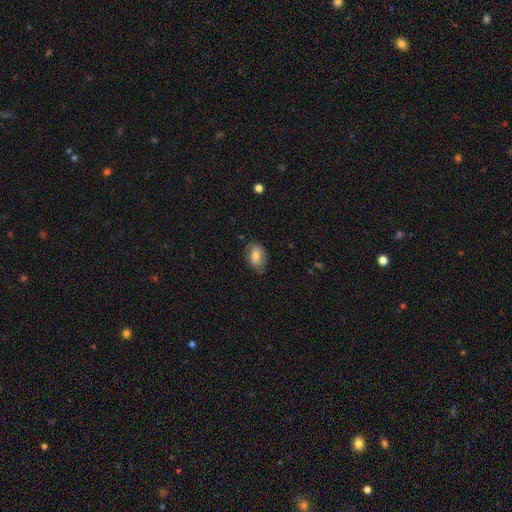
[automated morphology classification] The model was most divided on "smooth or featured": smooth: 68%, featured or disk: 24%, star or artifact: 7%. More confident: how rounded — in between (85%); merging — none (69%).